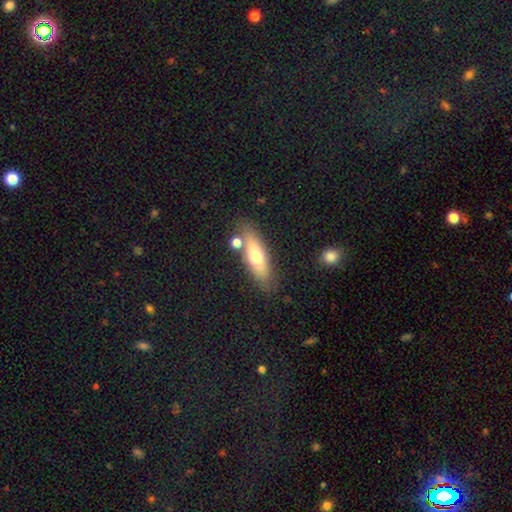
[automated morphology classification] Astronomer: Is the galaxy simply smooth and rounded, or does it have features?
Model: smooth — 61%.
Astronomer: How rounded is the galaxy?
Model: cigar-shaped — 49% (runner-up: in between, 48%).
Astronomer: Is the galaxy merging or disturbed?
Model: none — 72%.